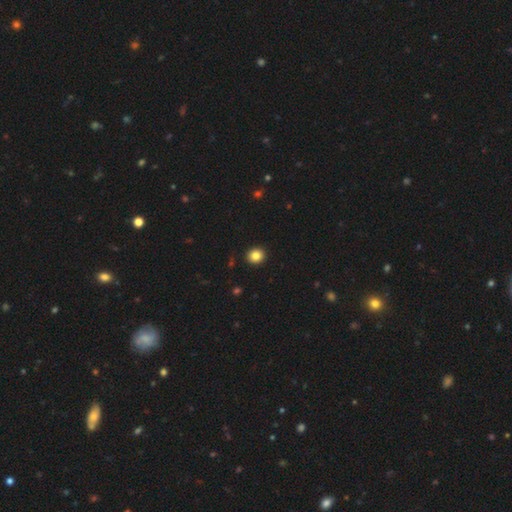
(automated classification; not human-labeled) Overall: smooth (85%). How rounded: round (85%). Merging: none (93%).